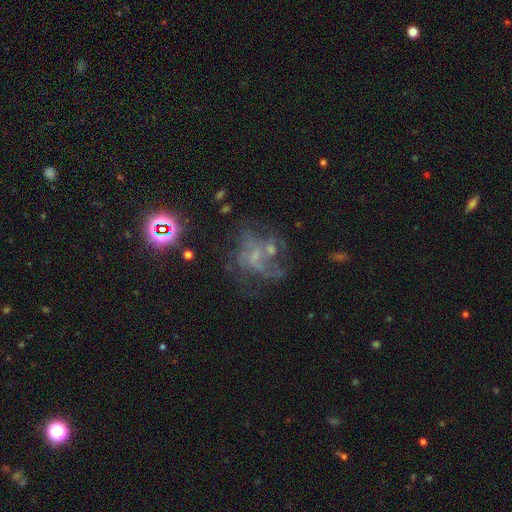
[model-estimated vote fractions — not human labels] A featured or disk galaxy (56%) with no bar (73%), no spiral arms (54%) and no central bulge (40%, tied with small). Merging: none (41%).